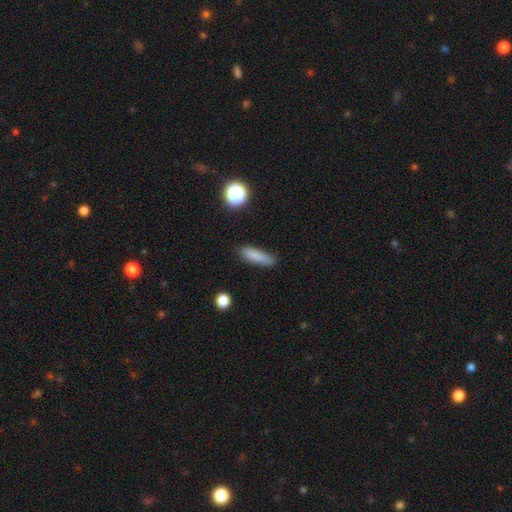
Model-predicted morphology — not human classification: A smooth galaxy with no disk features (83%) that is cigar-shaped (68%).

Vote fractions:
- Smooth or featured? smooth: 83% / star or artifact: 9% / featured or disk: 8%
- How rounded? cigar-shaped: 68% / in between: 30% / round: 3%
- Merging? none: 82% / minor disturbance: 13% / major disturbance: 3% / merger: 2%